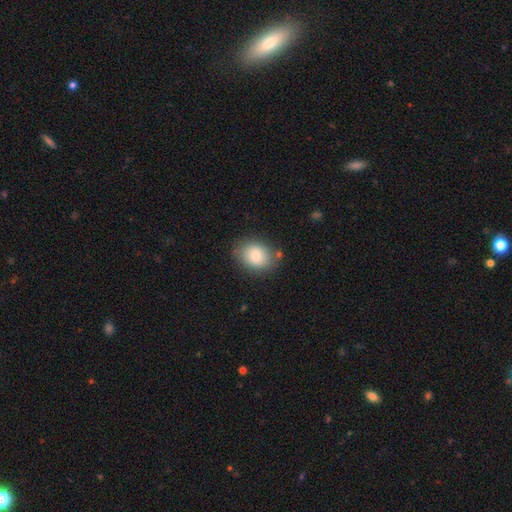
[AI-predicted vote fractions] smooth_or_featured: smooth (p=0.84) [alt: featured or disk p=0.08]
how_rounded: in between (p=0.62) [alt: round p=0.37]
merging: none (p=0.81) [alt: minor disturbance p=0.13]